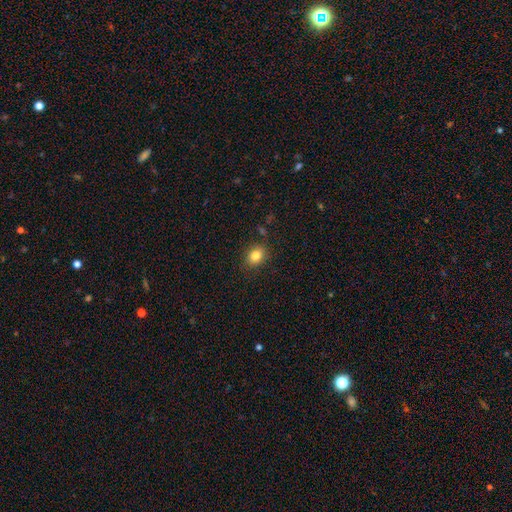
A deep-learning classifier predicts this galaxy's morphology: Q: Smooth or featured?
A: smooth (82%); runner-up: star or artifact (11%)
Q: How rounded?
A: in between (50%); runner-up: round (49%)
Q: Merging?
A: none (85%); runner-up: minor disturbance (10%)